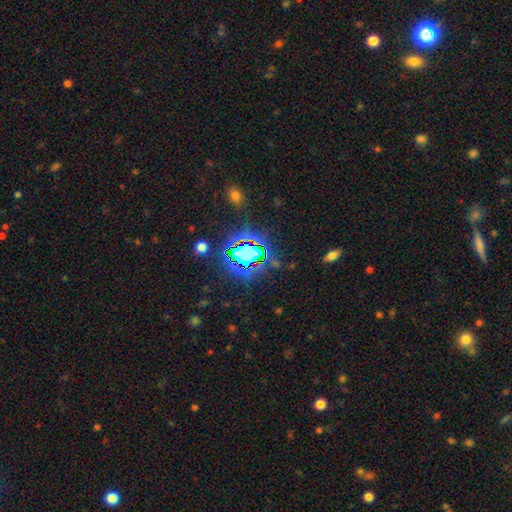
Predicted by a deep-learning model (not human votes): Smooth or featured? Predicted: star or artifact (p=0.82).